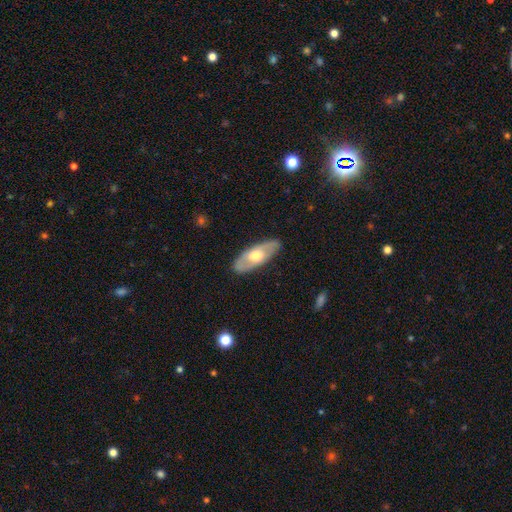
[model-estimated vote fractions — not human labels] This appears to be a featured or disk galaxy (51%). Merging: none (85%).